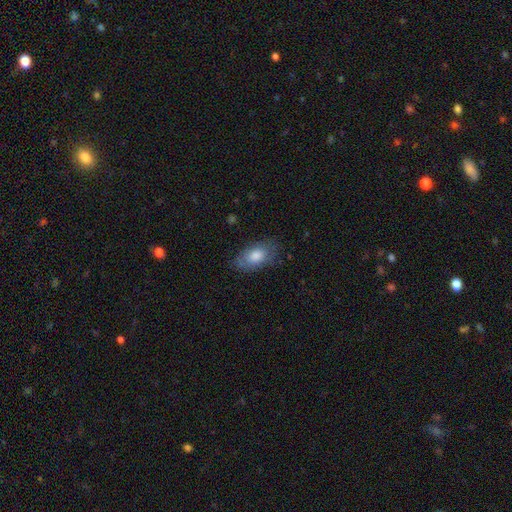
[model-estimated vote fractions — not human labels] Q: Smooth or featured?
A: smooth (75%); runner-up: featured or disk (18%)
Q: How rounded?
A: in between (90%); runner-up: round (6%)
Q: Merging?
A: none (75%); runner-up: minor disturbance (19%)